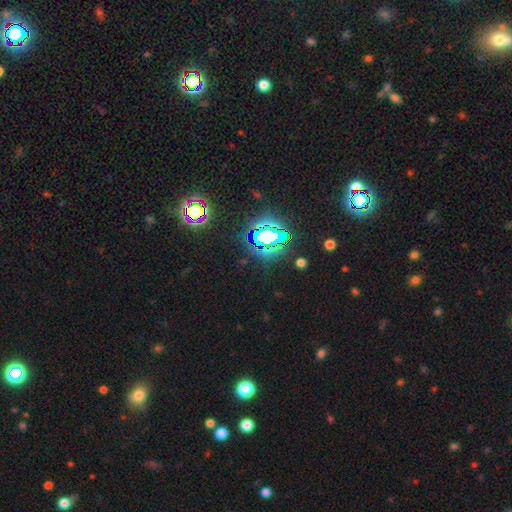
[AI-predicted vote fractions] smooth-or-featured: star or artifact: 80% | smooth: 13% | featured or disk: 7%